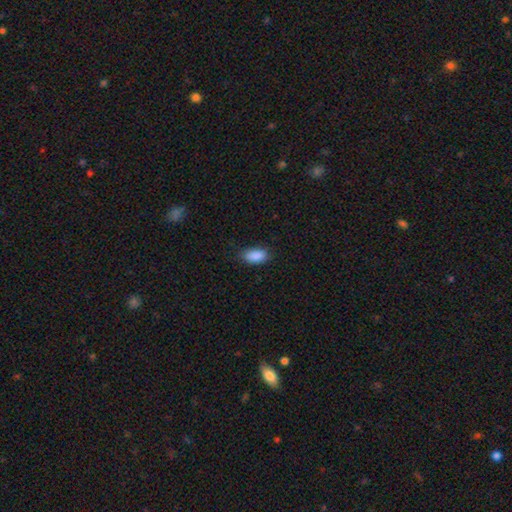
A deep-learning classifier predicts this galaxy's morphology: Smooth or featured? smooth (90%)
How rounded? in between (91%)
Merging? none (80%)